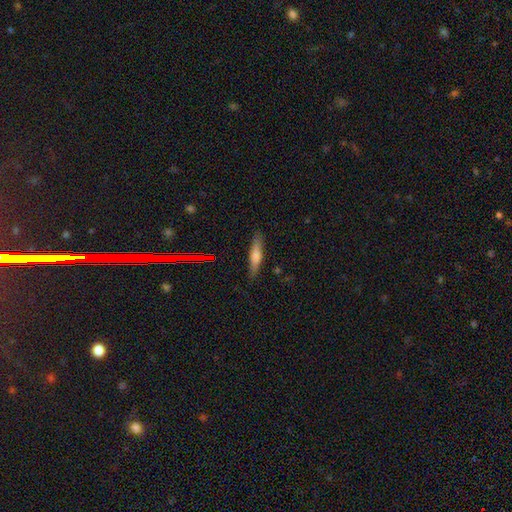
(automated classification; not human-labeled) Smooth or featured? smooth (55%)
How rounded? cigar-shaped (86%)
Merging? none (86%)